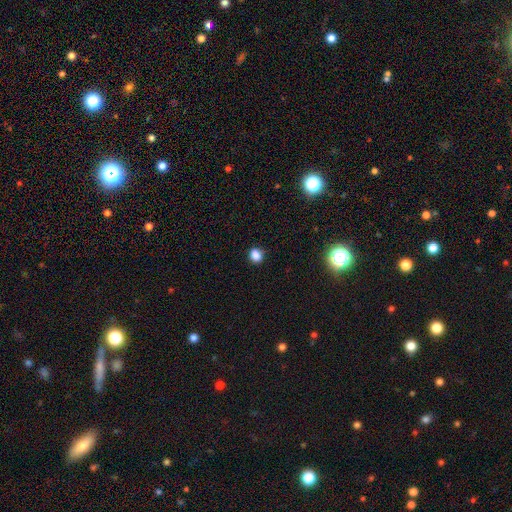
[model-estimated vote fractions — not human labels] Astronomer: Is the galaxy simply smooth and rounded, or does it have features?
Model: smooth — 83%.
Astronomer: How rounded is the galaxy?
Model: round — 70%.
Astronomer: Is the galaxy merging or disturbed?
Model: none — 85%.